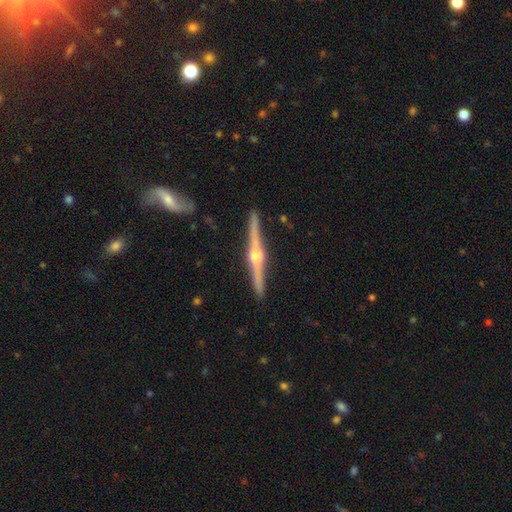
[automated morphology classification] A featured or disk galaxy (87%) viewed edge-on (98%) with a rounded central bulge (93%).

Vote fractions:
- Smooth or featured? featured or disk: 87% / smooth: 8% / star or artifact: 5%
- Edge-on disk? yes: 98% / no: 2%
- Edge-on bulge? rounded: 93% / none: 4% / boxy: 3%
- Merging? none: 87% / minor disturbance: 9% / merger: 2% / major disturbance: 2%